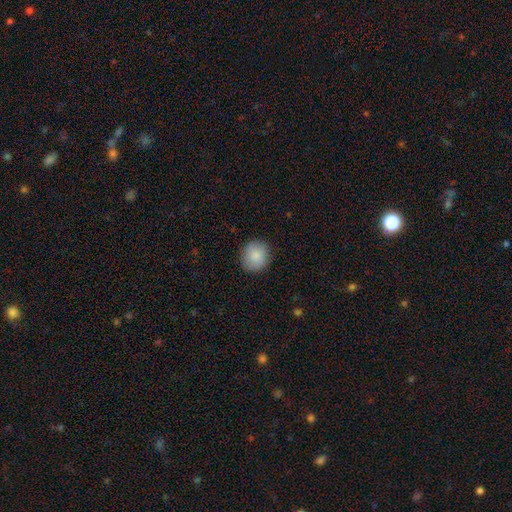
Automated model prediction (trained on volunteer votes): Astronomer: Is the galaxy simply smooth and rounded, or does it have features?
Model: smooth — 87%.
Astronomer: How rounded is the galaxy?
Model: round — 83%.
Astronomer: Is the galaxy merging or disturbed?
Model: none — 87%.